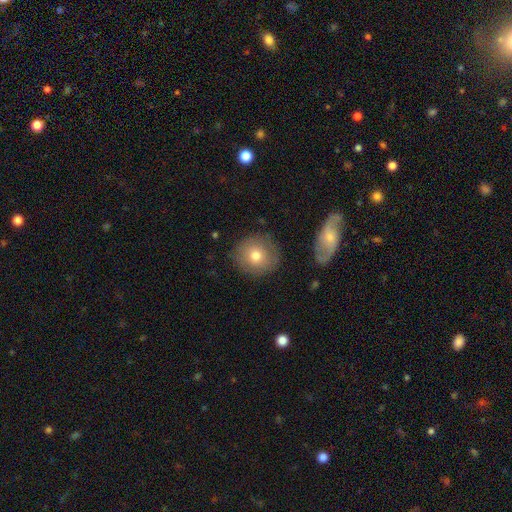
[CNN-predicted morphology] smooth_or_featured: smooth (p=0.75) [alt: featured or disk p=0.17]
how_rounded: round (p=0.90) [alt: in between p=0.09]
merging: none (p=0.84) [alt: minor disturbance p=0.11]